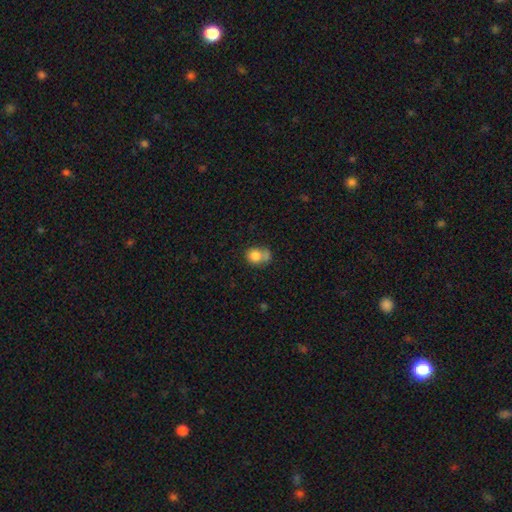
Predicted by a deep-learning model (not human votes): A smooth galaxy with no disk features (80%) that is round (67%).

Vote fractions:
- Smooth or featured? smooth: 80% / featured or disk: 10% / star or artifact: 10%
- How rounded? round: 67% / in between: 33% / cigar-shaped: 1%
- Merging? none: 39% / merger: 33% / minor disturbance: 19% / major disturbance: 10%